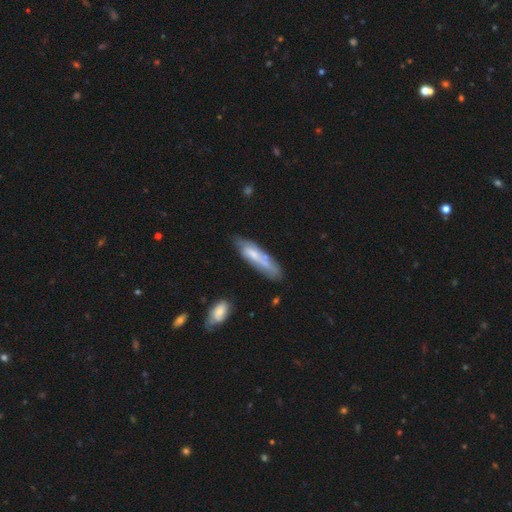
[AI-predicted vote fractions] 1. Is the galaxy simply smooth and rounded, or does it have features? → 52% smooth, 42% featured or disk, 7% star or artifact.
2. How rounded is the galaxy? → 64% cigar-shaped, 34% in between, 2% round.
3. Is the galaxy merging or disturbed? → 56% none, 27% minor disturbance, 9% major disturbance, 8% merger.